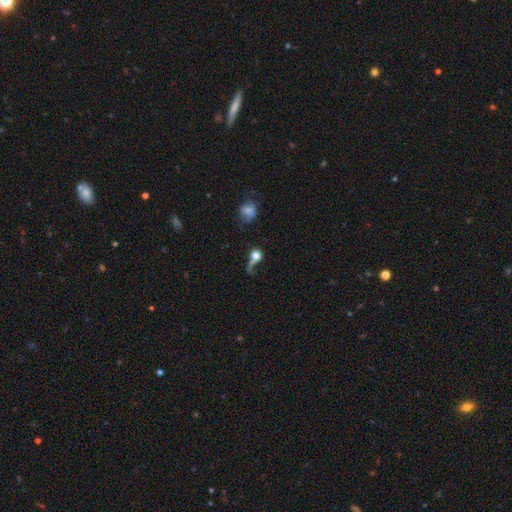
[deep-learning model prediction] A smooth galaxy with no disk features (67%) that is round (77%). Merging: major disturbance (32%).